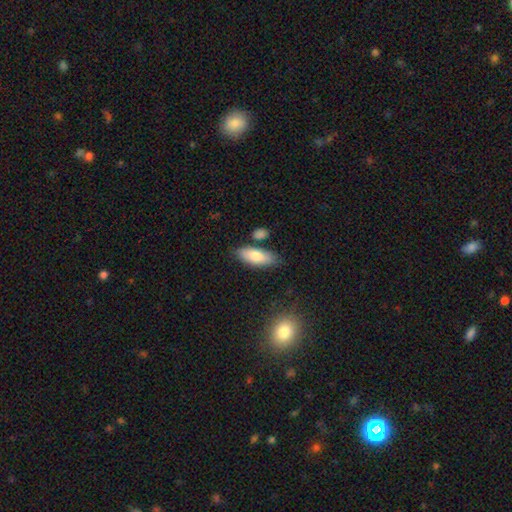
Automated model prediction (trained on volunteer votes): A smooth galaxy with no disk features (77%) that is in between round and cigar-shaped (76%). Merging: none (74%).